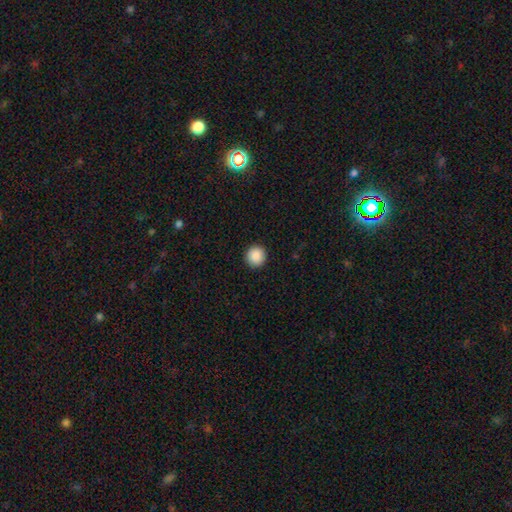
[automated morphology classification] This is clearly a smooth galaxy (89%). How rounded: clearly round (95%). Merging: clearly none (93%).